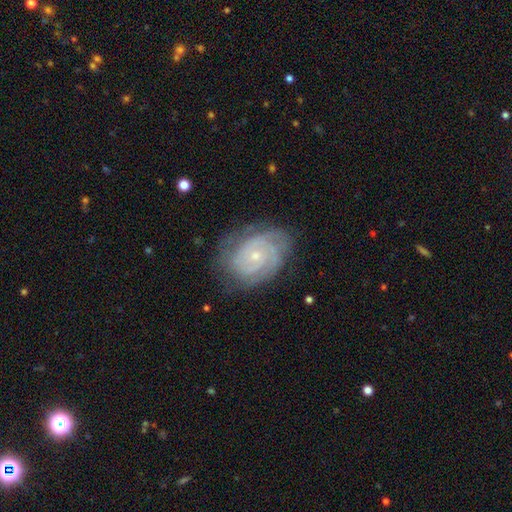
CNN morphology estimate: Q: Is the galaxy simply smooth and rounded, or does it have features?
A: featured or disk — 78%.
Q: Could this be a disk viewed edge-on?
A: no — 97%.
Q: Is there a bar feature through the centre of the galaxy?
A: no — 73%.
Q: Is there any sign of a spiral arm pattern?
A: yes — 95%.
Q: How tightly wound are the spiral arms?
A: tight — 73%.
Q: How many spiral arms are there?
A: can't tell — 31%.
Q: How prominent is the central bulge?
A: small — 74%.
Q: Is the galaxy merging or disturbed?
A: none — 77%.